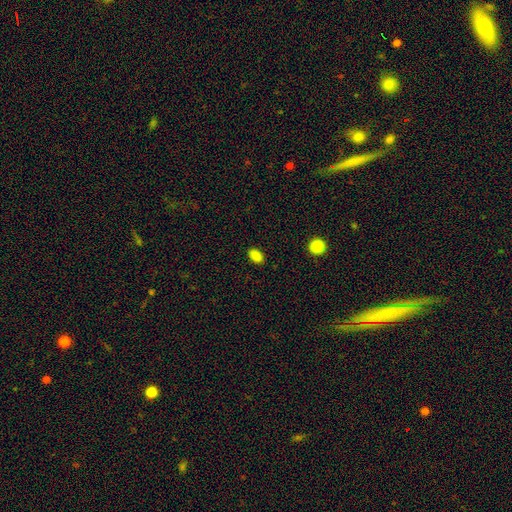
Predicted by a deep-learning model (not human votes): smooth 86%, star or artifact 11%, featured or disk 3%. Down the decision tree: how rounded — in between (89%); merging — none (88%).